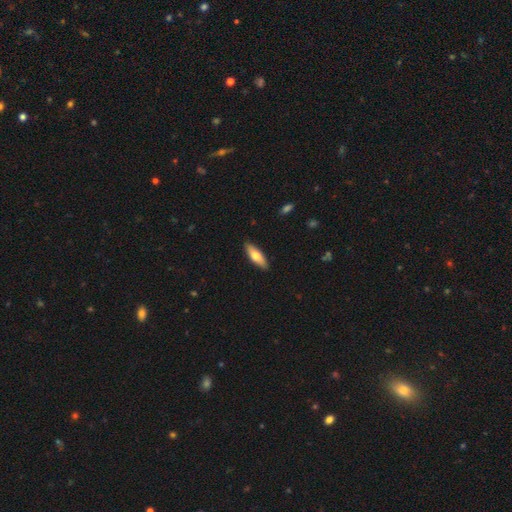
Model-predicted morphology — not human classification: This is likely a smooth galaxy (69%). How rounded: possibly in between (51%). Merging: clearly none (89%).